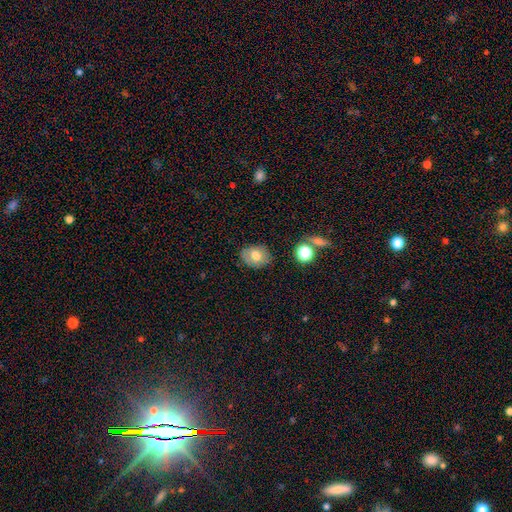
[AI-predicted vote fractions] Smooth or featured? Predicted: smooth (p=0.71). How rounded? Predicted: in between (p=0.61). Merging? Predicted: none (p=0.78).